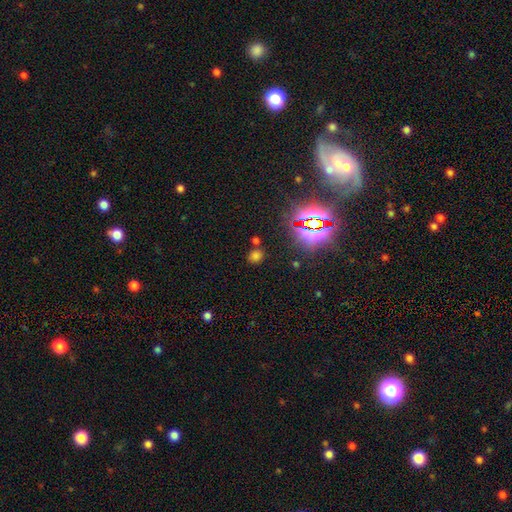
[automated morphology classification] Smooth or featured?
  - smooth: 57% *
  - star or artifact: 36%
  - featured or disk: 7%
How rounded?
  - round: 78% *
  - in between: 21%
  - cigar-shaped: 1%
Merging?
  - none: 75% *
  - merger: 11%
  - minor disturbance: 9%
  - major disturbance: 4%